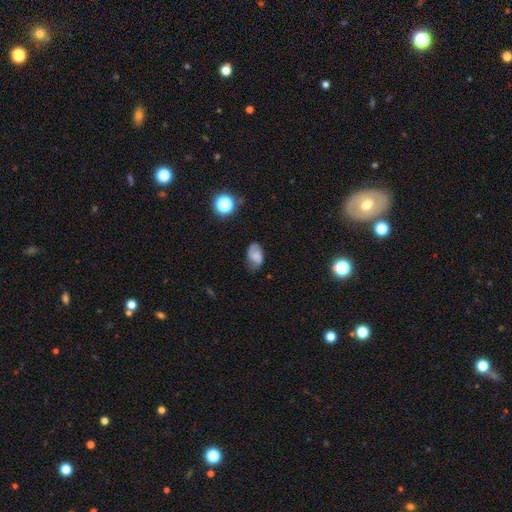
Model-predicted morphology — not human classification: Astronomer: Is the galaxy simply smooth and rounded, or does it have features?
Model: smooth — 65%.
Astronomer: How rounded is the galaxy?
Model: in between — 86%.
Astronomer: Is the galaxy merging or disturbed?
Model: none — 54% (runner-up: minor disturbance, 33%).